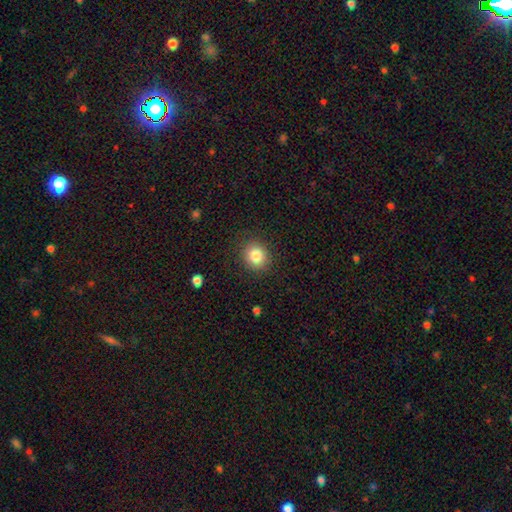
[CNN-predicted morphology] A smooth galaxy with no disk features (84%) that is round (78%).

Vote fractions:
- Smooth or featured? smooth: 84% / star or artifact: 10% / featured or disk: 6%
- How rounded? round: 78% / in between: 22% / cigar-shaped: 1%
- Merging? none: 88% / minor disturbance: 8% / major disturbance: 3% / merger: 1%